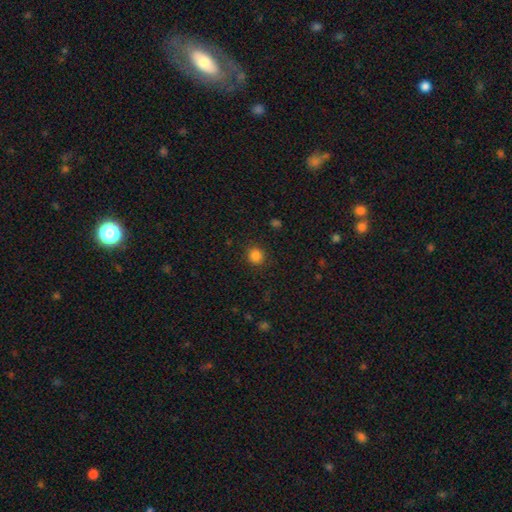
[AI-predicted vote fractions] Q: Smooth or featured?
A: smooth (84%); runner-up: star or artifact (12%)
Q: How rounded?
A: round (91%); runner-up: in between (8%)
Q: Merging?
A: none (90%); runner-up: minor disturbance (6%)